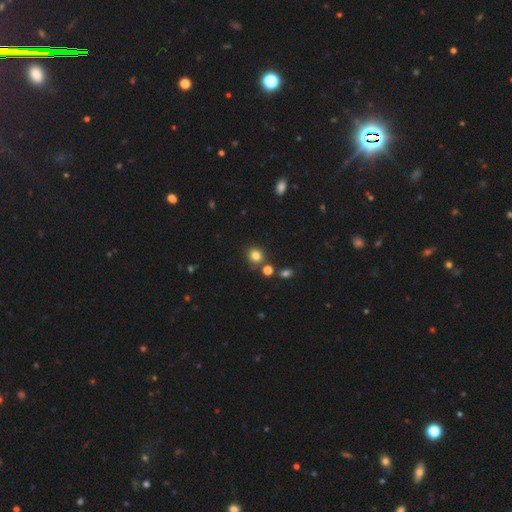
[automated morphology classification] Smooth or featured: smooth — 81% (star or artifact — 13%)
How rounded: round — 82% (in between — 17%)
Merging: none — 75% (minor disturbance — 11%)